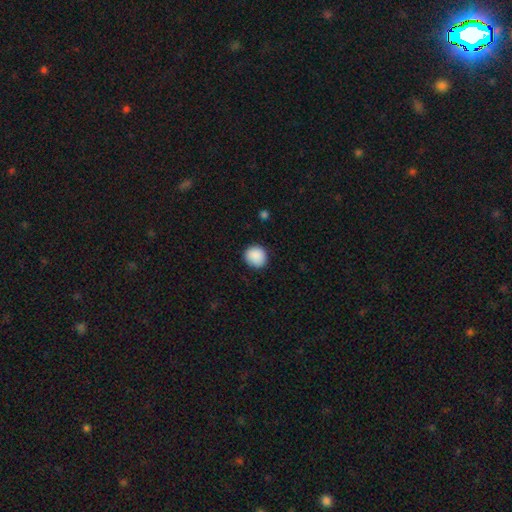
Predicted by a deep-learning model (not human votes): Overall: smooth (89%). How rounded: round (89%). Merging: none (89%).